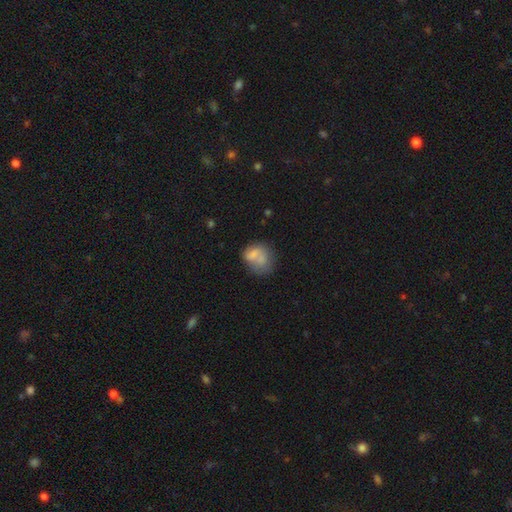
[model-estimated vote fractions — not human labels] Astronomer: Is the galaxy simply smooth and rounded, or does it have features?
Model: smooth — 69%.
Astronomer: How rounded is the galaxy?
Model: round — 53% (runner-up: in between, 46%).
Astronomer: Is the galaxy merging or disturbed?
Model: none — 33% (runner-up: merger, 29%).